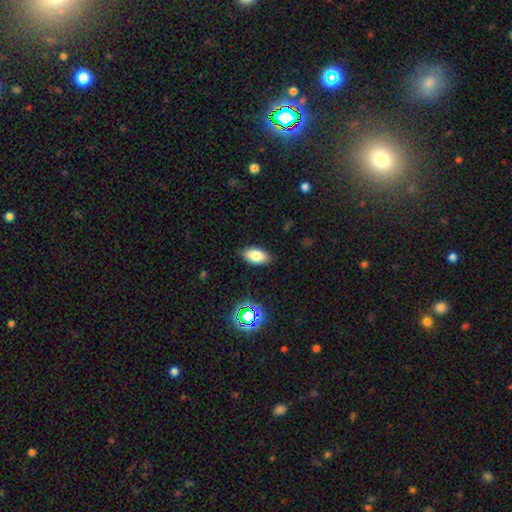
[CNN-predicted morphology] This appears to be a smooth galaxy with no disk features (81%) that is in between round and cigar-shaped (92%). Merging: none (87%).